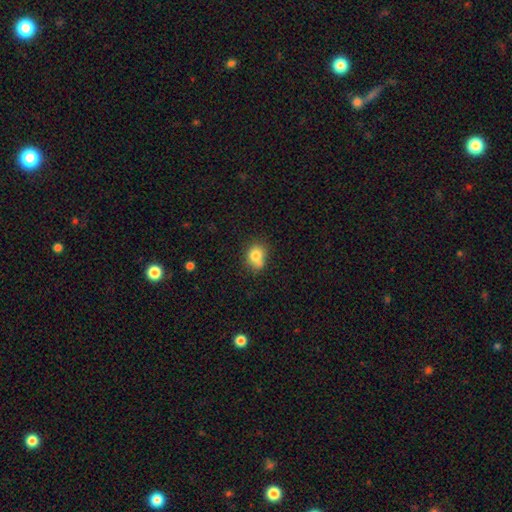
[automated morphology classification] This is likely a smooth galaxy (78%). How rounded: possibly round (60%). Merging: possibly none (51%).